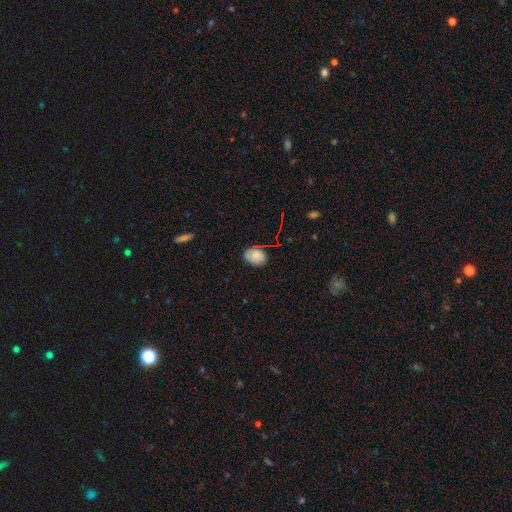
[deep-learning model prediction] A smooth galaxy with no disk features (68%) that is in between round and cigar-shaped (66%).

Vote fractions:
- Smooth or featured? smooth: 68% / featured or disk: 20% / star or artifact: 12%
- How rounded? in between: 66% / round: 33% / cigar-shaped: 1%
- Merging? none: 73% / minor disturbance: 21% / major disturbance: 4% / merger: 2%